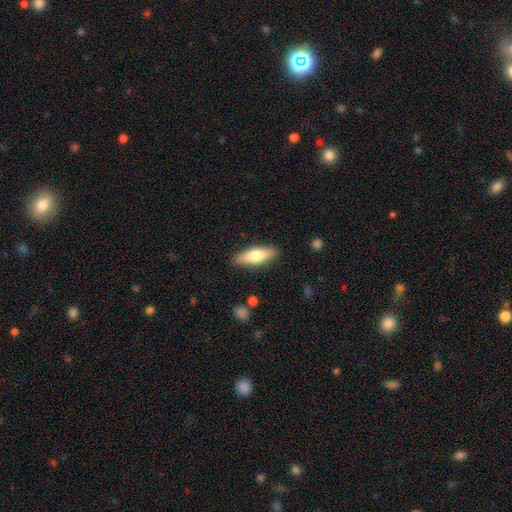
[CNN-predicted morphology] type=smooth (65%); roundness=in between (51%); merging=none (88%).